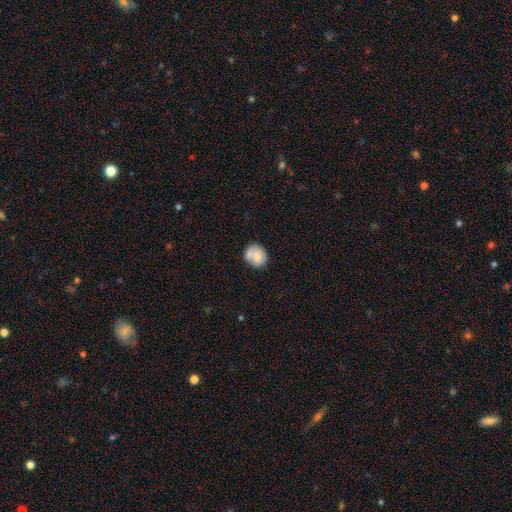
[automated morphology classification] This is likely a smooth galaxy (70%). How rounded: likely round (76%). Merging: possibly none (52%).